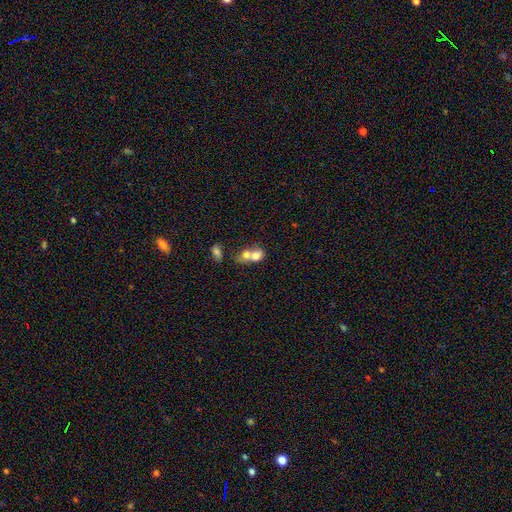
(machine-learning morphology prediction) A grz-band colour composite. It shows a smooth galaxy with no disk features (70%) that is round (50%). Merging: merger (74%).